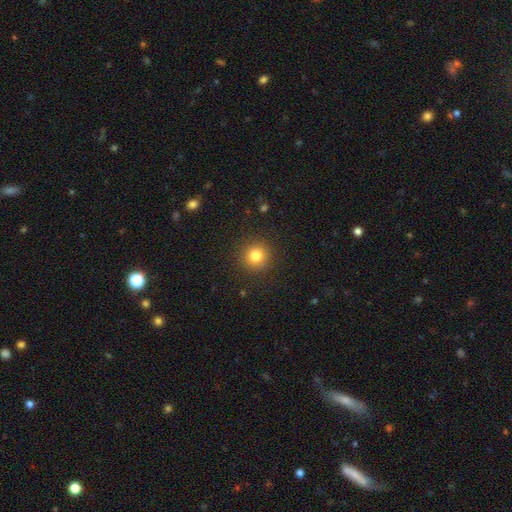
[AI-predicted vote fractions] A smooth galaxy with no disk features (81%) that is round (94%). Merging: none (91%).